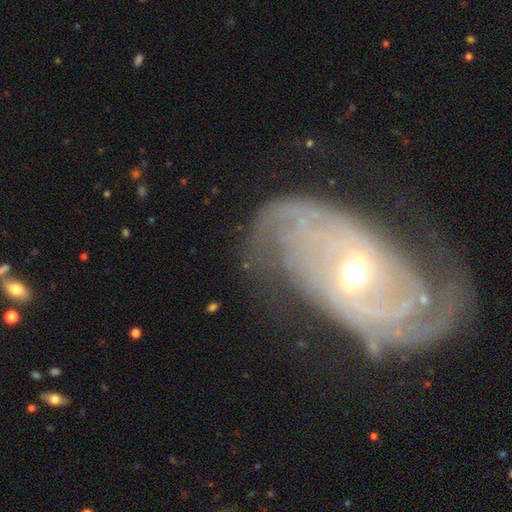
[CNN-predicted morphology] smooth-or-featured: featured or disk: 77% | smooth: 13% | star or artifact: 10%
  disk-edge-on: no: 92% | yes: 8%
    bar: no: 66% | weak: 23% | strong: 11%
    has-spiral-arms: yes: 79% | no: 21%
      spiral-winding: tight: 60% | medium: 26% | loose: 15%
      spiral-arm-count: can't tell: 42% | 2: 26% | 3: 11% | more than 4: 8% | 4: 7% | 1: 7%
    bulge-size: moderate: 63% | small: 29% | large: 5% | dominant: 2% | none: 1%
  merging: none: 56% | minor disturbance: 21% | major disturbance: 19% | merger: 4%